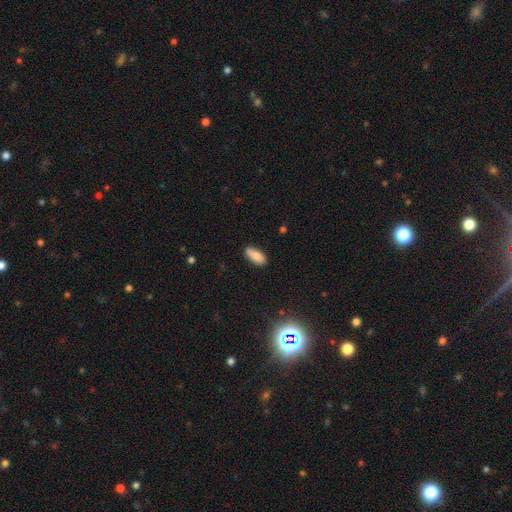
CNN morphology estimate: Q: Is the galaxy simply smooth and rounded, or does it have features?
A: smooth — 82%.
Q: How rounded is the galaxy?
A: in between — 80%.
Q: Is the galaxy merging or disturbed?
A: none — 81%.